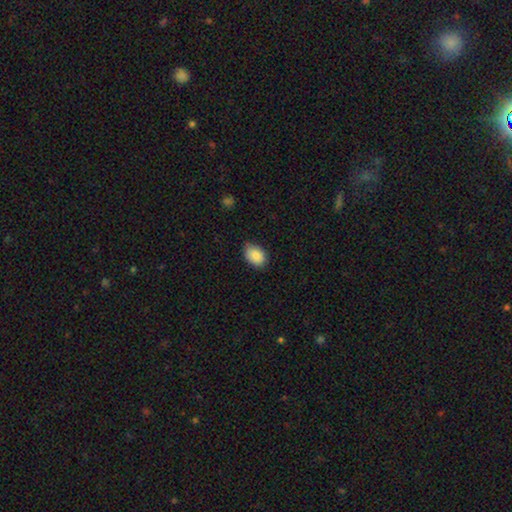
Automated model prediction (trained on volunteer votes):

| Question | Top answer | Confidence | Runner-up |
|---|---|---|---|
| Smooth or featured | smooth | 88% | star or artifact (7%) |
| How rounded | in between | 80% | round (19%) |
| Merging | none | 74% | minor disturbance (22%) |